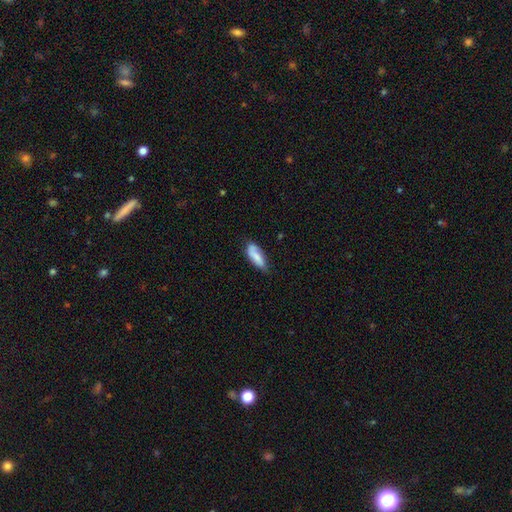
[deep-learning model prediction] Smooth or featured? Predicted: smooth (p=0.73). How rounded? Predicted: in between (p=0.69). Merging? Predicted: none (p=0.56).